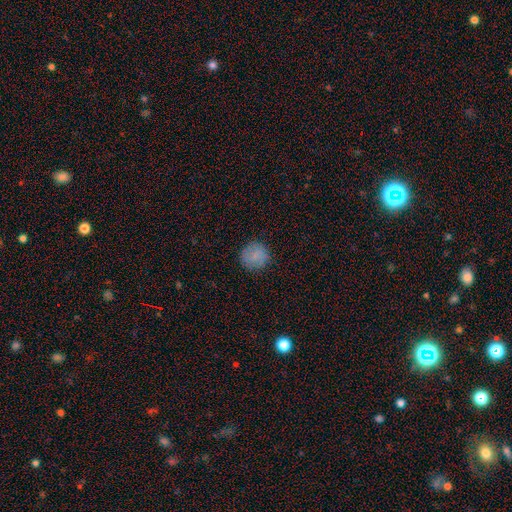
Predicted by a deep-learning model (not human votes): This appears to be a smooth galaxy with no disk features (82%) that is round (92%). Merging: none (87%).